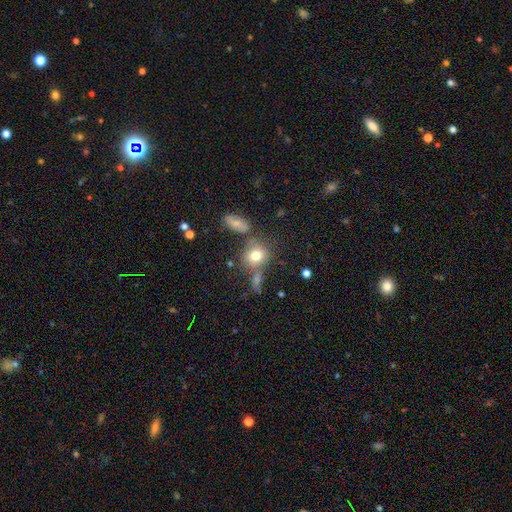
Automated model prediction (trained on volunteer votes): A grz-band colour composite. It shows a smooth galaxy with no disk features (76%) that is round (68%). Merging: none (61%).